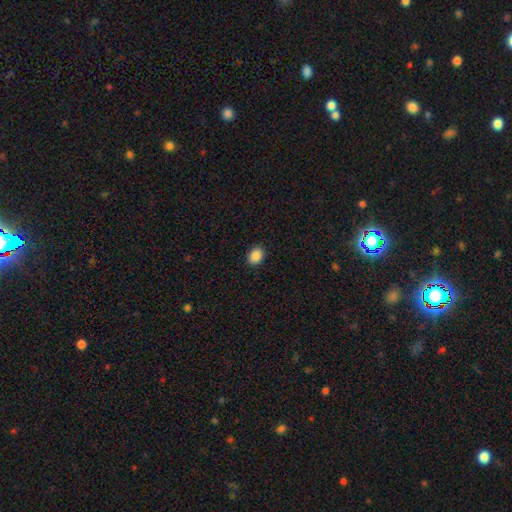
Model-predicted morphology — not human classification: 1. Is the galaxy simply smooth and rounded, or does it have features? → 88% smooth, 9% star or artifact, 3% featured or disk.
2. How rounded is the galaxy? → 58% in between, 41% round, 1% cigar-shaped.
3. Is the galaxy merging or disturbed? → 91% none, 7% minor disturbance, 2% major disturbance, 1% merger.